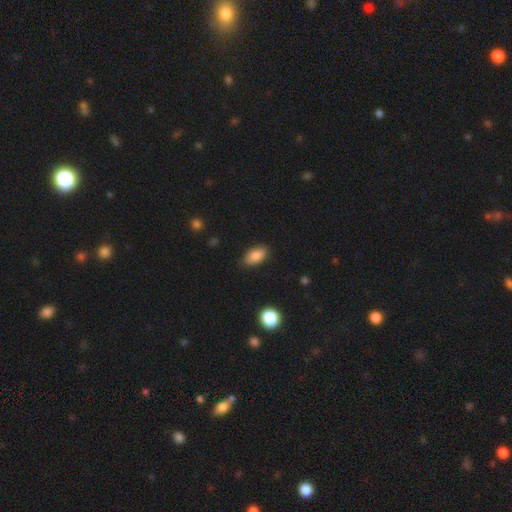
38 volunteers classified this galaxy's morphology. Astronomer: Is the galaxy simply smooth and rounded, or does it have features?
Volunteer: smooth — 87%.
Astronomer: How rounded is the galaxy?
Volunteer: in between — 88%.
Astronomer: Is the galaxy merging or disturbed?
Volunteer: none — 86%.